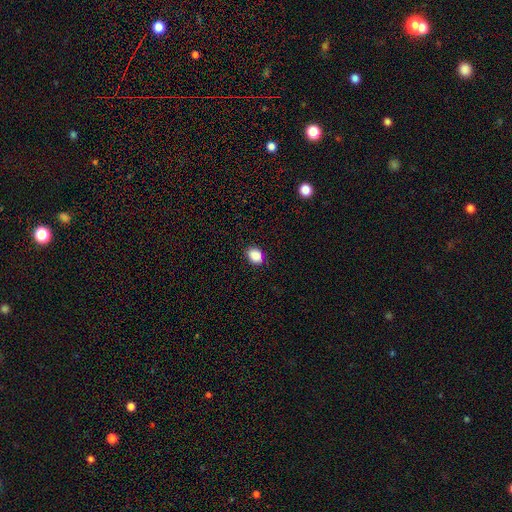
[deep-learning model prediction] Smooth or featured: smooth — 88% (star or artifact — 9%)
How rounded: in between — 65% (round — 34%)
Merging: none — 85% (minor disturbance — 12%)